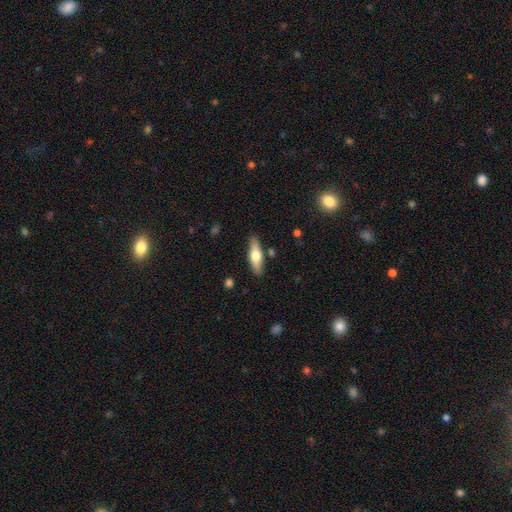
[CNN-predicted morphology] smooth 55%, featured or disk 40%, star or artifact 6%. Down the decision tree: how rounded — cigar-shaped (54%); merging — none (86%).